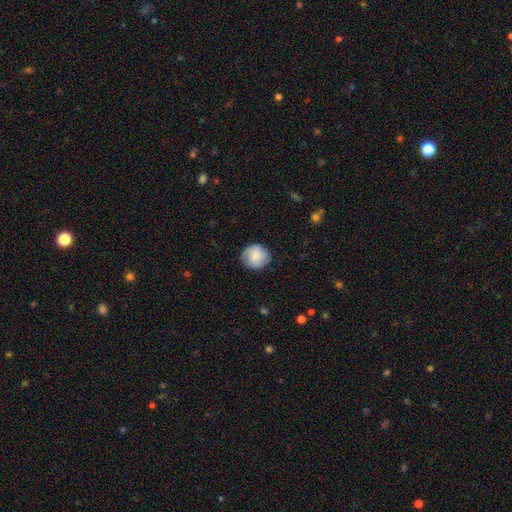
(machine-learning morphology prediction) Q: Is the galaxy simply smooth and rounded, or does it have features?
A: smooth — 73%.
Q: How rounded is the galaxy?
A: round — 89%.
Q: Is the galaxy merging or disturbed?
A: none — 81%.